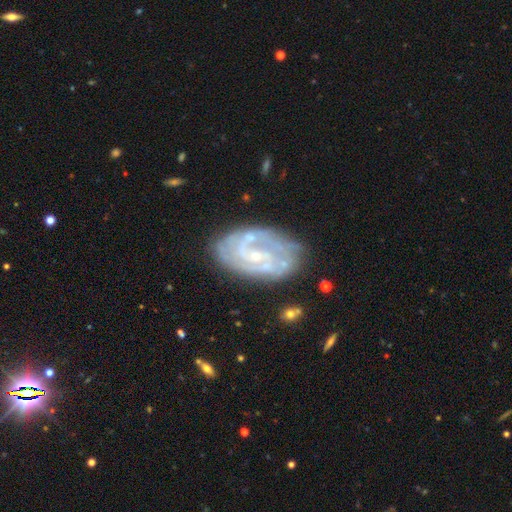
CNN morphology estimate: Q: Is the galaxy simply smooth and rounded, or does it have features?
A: featured or disk — 84%.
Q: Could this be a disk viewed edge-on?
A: no — 97%.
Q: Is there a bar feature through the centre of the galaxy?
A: no — 45%.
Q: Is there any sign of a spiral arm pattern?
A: yes — 90%.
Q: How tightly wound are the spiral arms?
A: tight — 54%.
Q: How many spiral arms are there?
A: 2 — 43%.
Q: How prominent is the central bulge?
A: small — 75%.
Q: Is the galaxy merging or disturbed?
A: none — 72%.